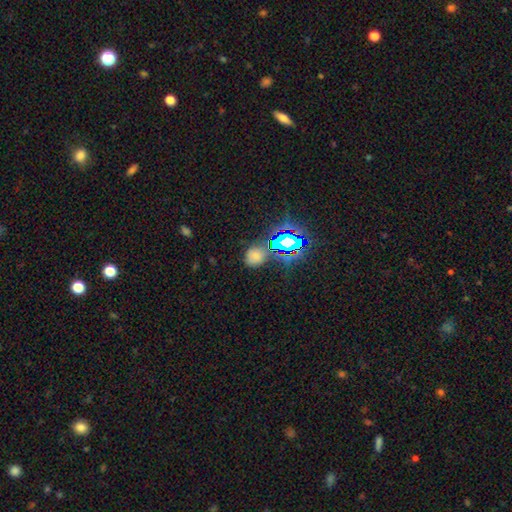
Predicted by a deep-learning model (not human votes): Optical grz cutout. It shows a smooth galaxy with no disk features (60%) that is round (67%). Merging: none (73%).